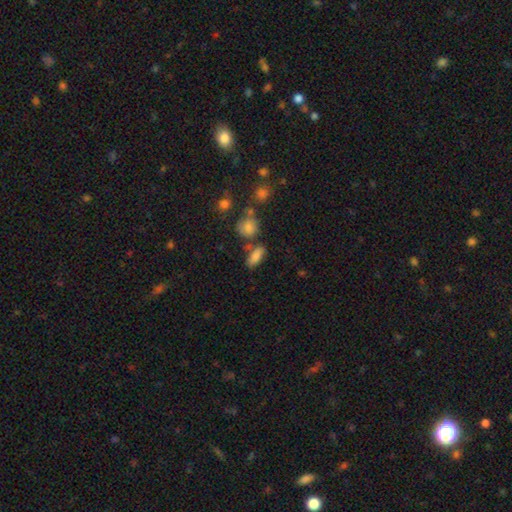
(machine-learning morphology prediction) A smooth galaxy with no disk features (82%) that is in between round and cigar-shaped (76%).

Vote fractions:
- Smooth or featured? smooth: 82% / star or artifact: 9% / featured or disk: 9%
- How rounded? in between: 76% / cigar-shaped: 17% / round: 7%
- Merging? none: 67% / minor disturbance: 14% / merger: 14% / major disturbance: 5%